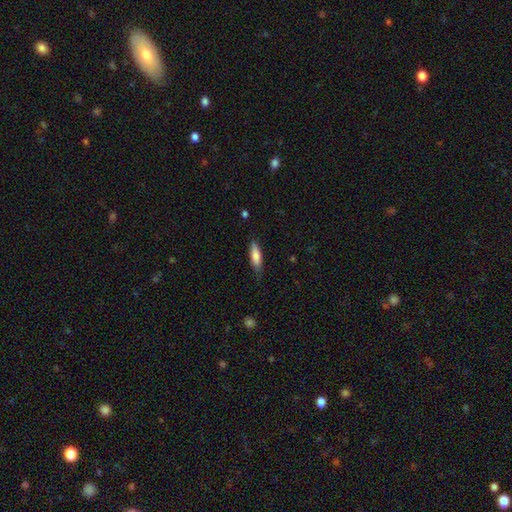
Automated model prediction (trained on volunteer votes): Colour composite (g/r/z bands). It shows a smooth galaxy with no disk features (79%) that is cigar-shaped (55%). Merging: none (76%).